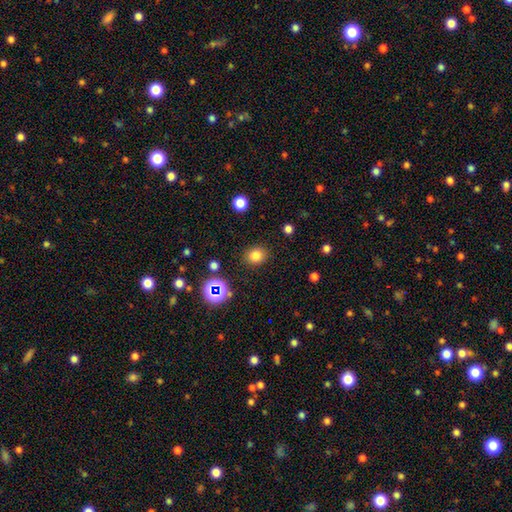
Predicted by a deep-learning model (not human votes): Overall: smooth (79%). How rounded: round (73%). Merging: none (88%).